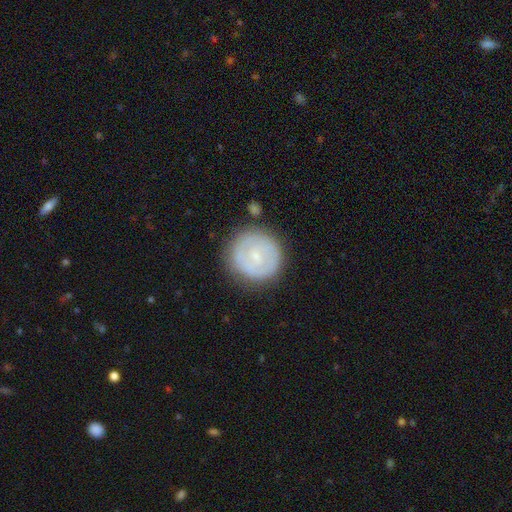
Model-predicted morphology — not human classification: Q: Smooth or featured?
A: smooth (47%); runner-up: featured or disk (45%)
Q: Merging?
A: none (83%); runner-up: minor disturbance (11%)